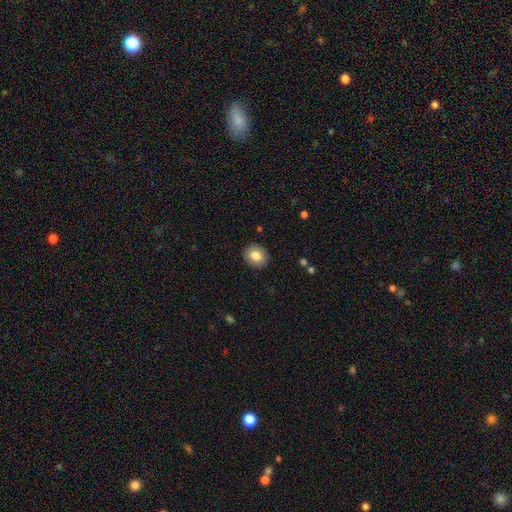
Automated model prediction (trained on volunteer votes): Smooth or featured? smooth (82%)
How rounded? round (57%)
Merging? none (90%)